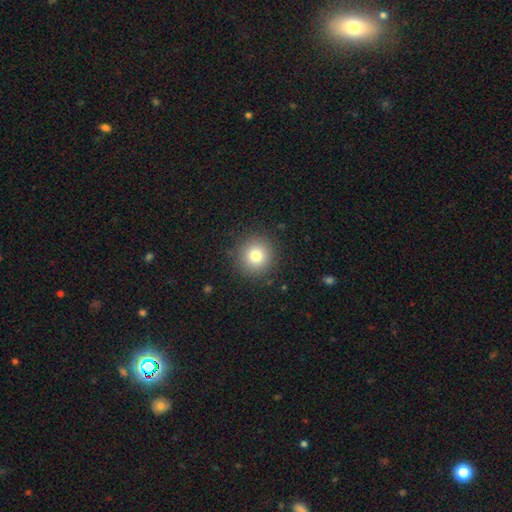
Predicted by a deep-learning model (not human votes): smooth_or_featured: smooth (p=0.79) [alt: star or artifact p=0.12]
how_rounded: round (p=0.94) [alt: in between p=0.05]
merging: none (p=0.89) [alt: minor disturbance p=0.07]